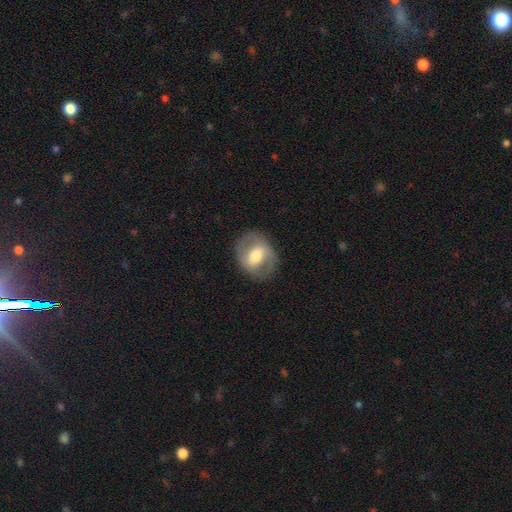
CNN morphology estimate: Smooth or featured: featured or disk — 61% (smooth — 33%)
Edge-on disk: no — 95% (yes — 5%)
Bar: weak — 42% (strong — 33%)
Spiral arms: yes — 62% (no — 38%)
Bulge size: moderate — 66% (small — 16%)
Merging: none — 80% (minor disturbance — 13%)